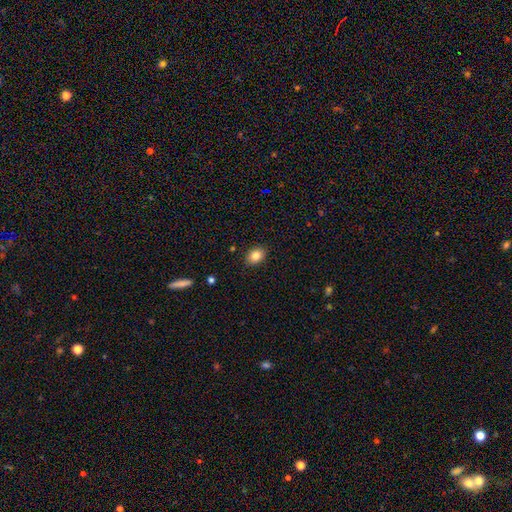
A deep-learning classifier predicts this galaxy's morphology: Smooth or featured? Predicted: smooth (p=0.85). How rounded? Predicted: in between (p=0.70). Merging? Predicted: none (p=0.88).